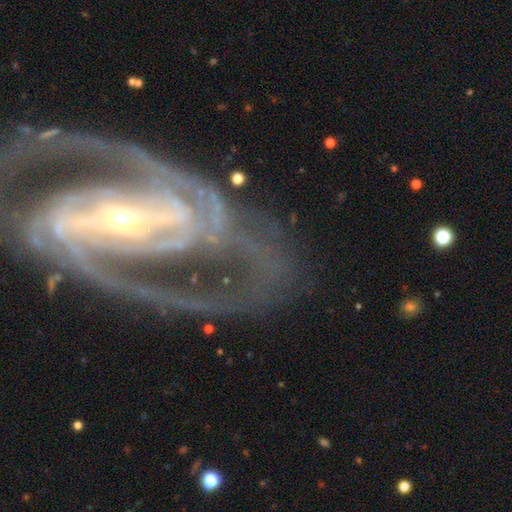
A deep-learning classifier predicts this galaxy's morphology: The model was most divided on "spiral winding": medium: 48%, tight: 38%, loose: 14%. More confident: spiral arms — yes (97%); edge-on disk — no (96%); smooth or featured — featured or disk (91%); bulge size — small (68%); bar — strong (65%); spiral arm count — 2 (64%); merging — none (60%).